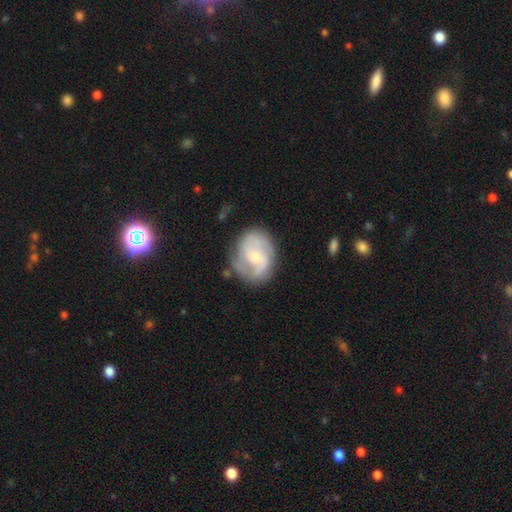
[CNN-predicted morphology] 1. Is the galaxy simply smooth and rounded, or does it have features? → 78% featured or disk, 16% smooth, 6% star or artifact.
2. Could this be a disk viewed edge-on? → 98% no, 2% yes.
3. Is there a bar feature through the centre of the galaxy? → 46% no, 44% weak, 10% strong.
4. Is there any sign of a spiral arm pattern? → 93% yes, 7% no.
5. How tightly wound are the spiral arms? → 49% medium, 26% loose, 25% tight.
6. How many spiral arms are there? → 72% 2, 12% can't tell, 9% 3, 4% 1, 2% 4, 2% more than 4.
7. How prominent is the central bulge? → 60% small, 32% moderate, 4% none, 2% large, 1% dominant.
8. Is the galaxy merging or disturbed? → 70% none, 19% minor disturbance, 8% major disturbance, 3% merger.